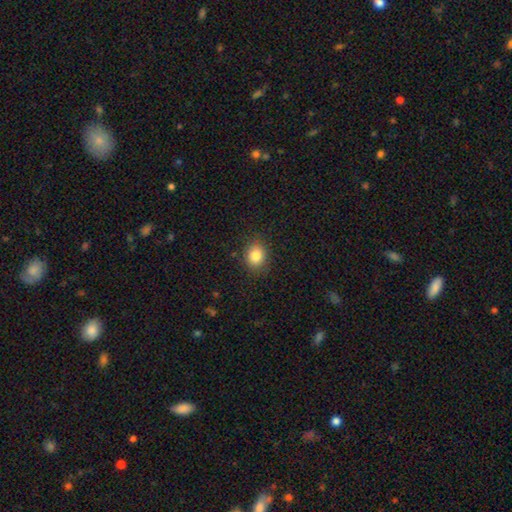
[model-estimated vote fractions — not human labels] Morphology: type=smooth (84%); roundness=round (56%); merging=none (86%).